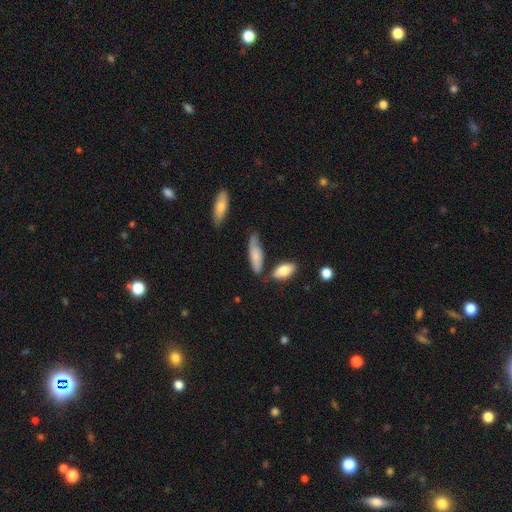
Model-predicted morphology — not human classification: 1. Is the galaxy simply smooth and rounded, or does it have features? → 71% smooth, 22% featured or disk, 6% star or artifact.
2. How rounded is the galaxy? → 54% in between, 44% cigar-shaped, 2% round.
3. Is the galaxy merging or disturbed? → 58% none, 27% minor disturbance, 8% merger, 7% major disturbance.